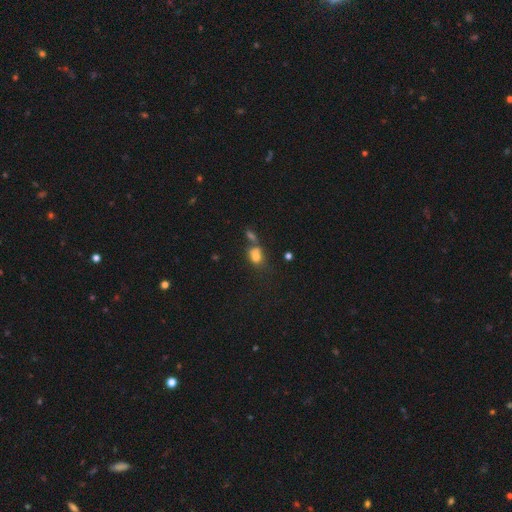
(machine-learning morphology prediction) Smooth or featured: smooth — 75% (star or artifact — 13%)
How rounded: in between — 59% (round — 38%)
Merging: merger — 40% (none — 35%)